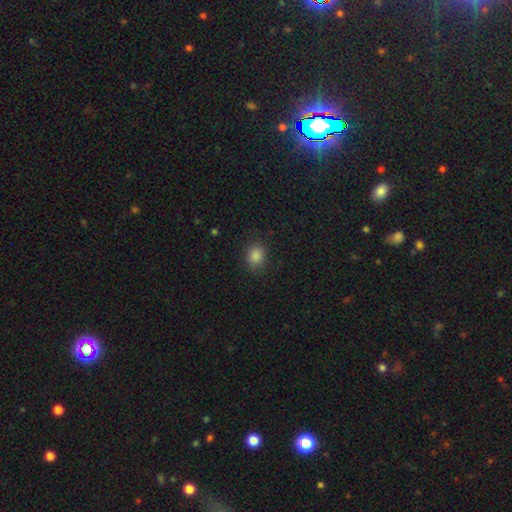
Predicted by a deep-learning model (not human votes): Overall: smooth (83%). How rounded: round (57%; in between 42%). Merging: none (84%).